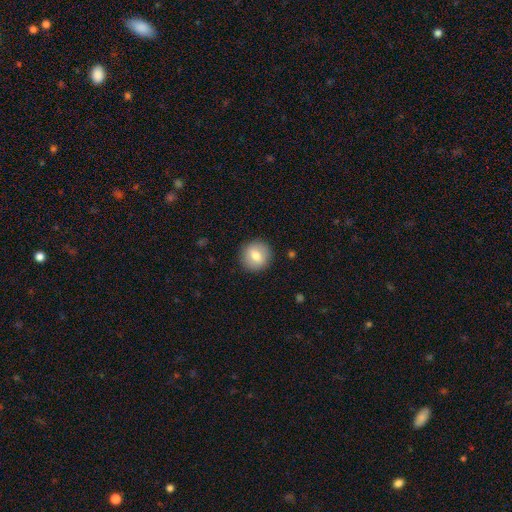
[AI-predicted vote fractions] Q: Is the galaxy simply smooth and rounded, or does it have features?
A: smooth — 73%.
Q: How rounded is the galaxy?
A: round — 91%.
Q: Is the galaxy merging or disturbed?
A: none — 90%.